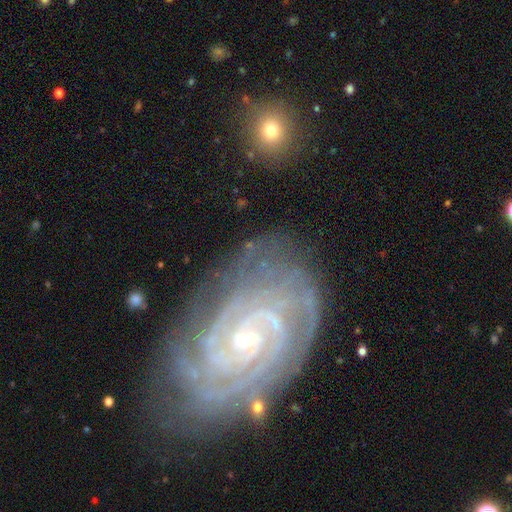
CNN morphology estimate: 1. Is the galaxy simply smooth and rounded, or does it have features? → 89% featured or disk, 7% star or artifact, 5% smooth.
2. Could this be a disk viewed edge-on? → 97% no, 3% yes.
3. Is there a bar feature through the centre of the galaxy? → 62% no, 27% weak, 11% strong.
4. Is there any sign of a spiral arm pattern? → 98% yes, 2% no.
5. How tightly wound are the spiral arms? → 75% tight, 22% medium, 3% loose.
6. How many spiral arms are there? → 31% 2, 21% 3, 18% can't tell, 14% 4, 9% more than 4, 7% 1.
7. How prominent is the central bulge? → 83% small, 13% moderate, 2% none, 1% large, 1% dominant.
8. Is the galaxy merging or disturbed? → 67% none, 20% minor disturbance, 9% major disturbance, 4% merger.